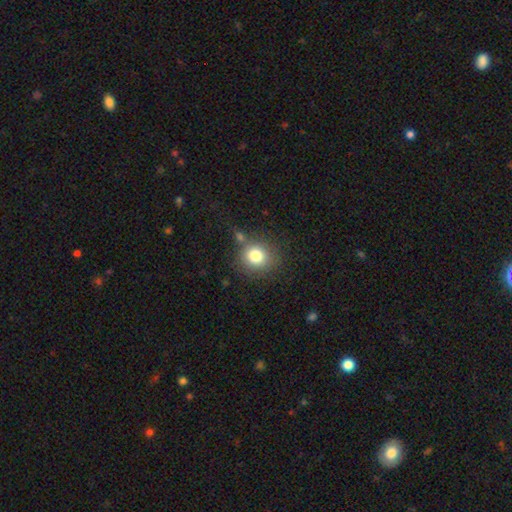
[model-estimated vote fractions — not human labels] Q: Smooth or featured?
A: smooth (80%); runner-up: star or artifact (11%)
Q: How rounded?
A: round (81%); runner-up: in between (19%)
Q: Merging?
A: none (71%); runner-up: minor disturbance (13%)